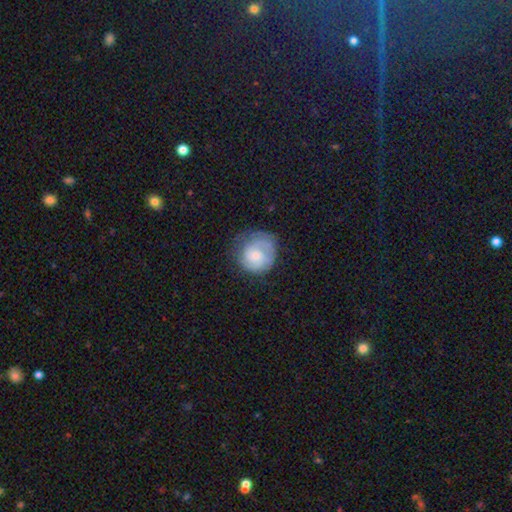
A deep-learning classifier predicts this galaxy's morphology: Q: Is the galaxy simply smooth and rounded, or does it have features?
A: featured or disk — 47%.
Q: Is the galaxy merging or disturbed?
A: none — 60%.